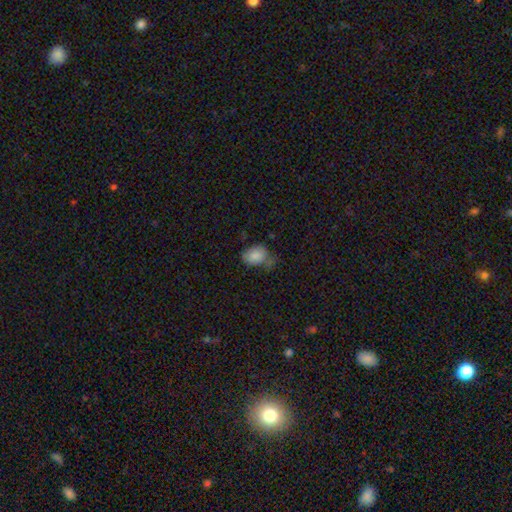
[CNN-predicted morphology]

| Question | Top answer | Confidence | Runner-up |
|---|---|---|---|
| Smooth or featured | smooth | 80% | featured or disk (12%) |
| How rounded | in between | 76% | round (23%) |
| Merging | none | 47% | minor disturbance (33%) |